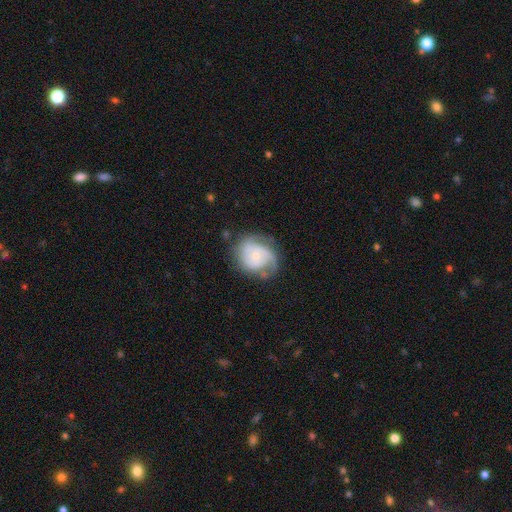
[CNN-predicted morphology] This is likely a featured or disk galaxy (71%). It is clearly not viewed edge-on (98%). Bar: likely no (68%). Spiral arm pattern: clearly yes (89%). Spiral arm count: possibly 2 (48%). Spiral winding: possibly tight (46%). Central bulge: likely small (63%). Merging: possibly none (57%).